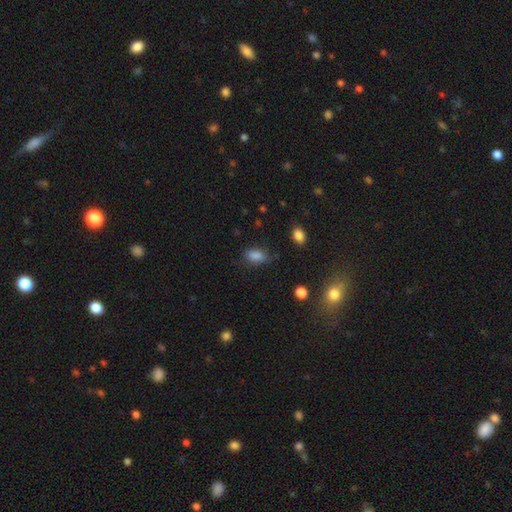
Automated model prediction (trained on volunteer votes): smooth-or-featured: smooth: 83% | star or artifact: 12% | featured or disk: 5%
  how-rounded: in between: 86% | round: 10% | cigar-shaped: 3%
  merging: none: 76% | minor disturbance: 17% | major disturbance: 5% | merger: 2%